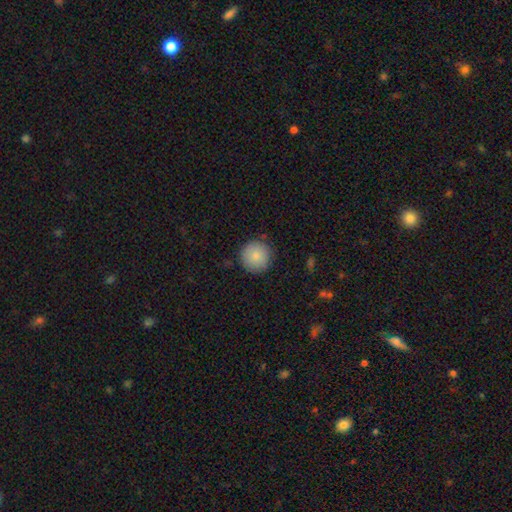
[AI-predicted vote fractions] This is clearly a smooth galaxy (86%). How rounded: clearly round (96%). Merging: clearly none (88%).